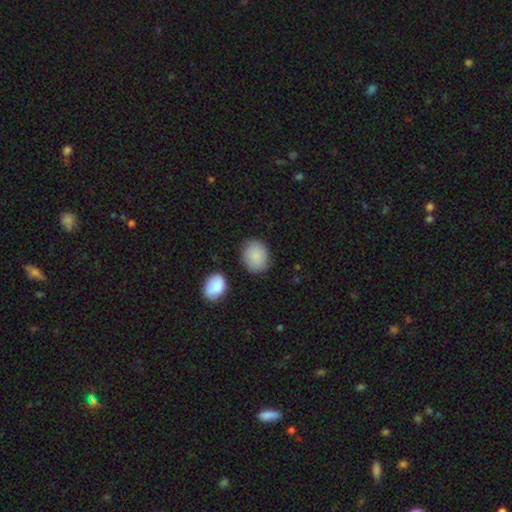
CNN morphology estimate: smooth-or-featured: smooth: 88% | star or artifact: 7% | featured or disk: 6%
  how-rounded: round: 50% | in between: 49% | cigar-shaped: 1%
  merging: none: 81% | minor disturbance: 12% | merger: 3% | major disturbance: 3%